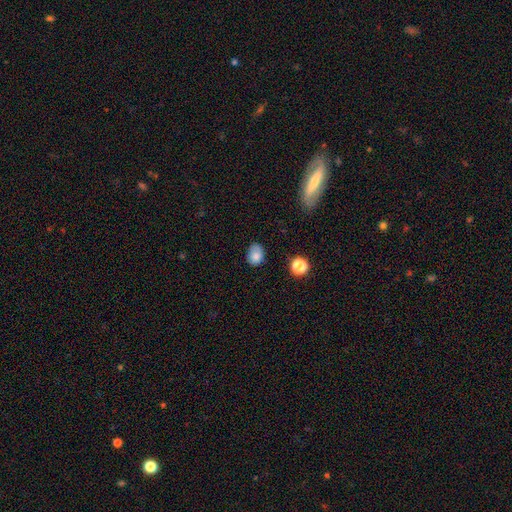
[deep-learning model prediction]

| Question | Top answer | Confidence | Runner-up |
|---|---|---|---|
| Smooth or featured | smooth | 82% | star or artifact (10%) |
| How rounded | in between | 68% | round (31%) |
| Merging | none | 66% | minor disturbance (26%) |